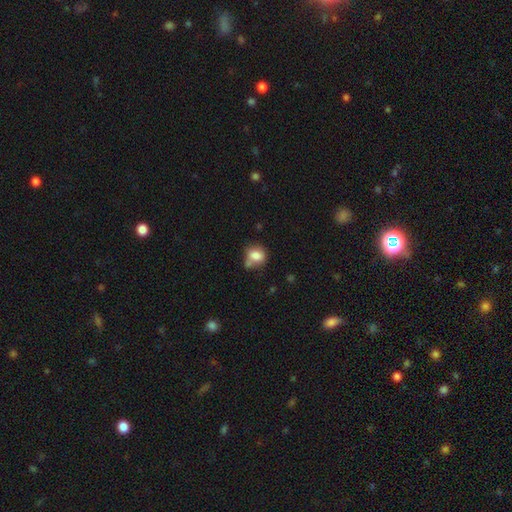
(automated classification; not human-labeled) This is clearly a smooth galaxy (80%). How rounded: likely round (62%). Merging: possibly none (50%).